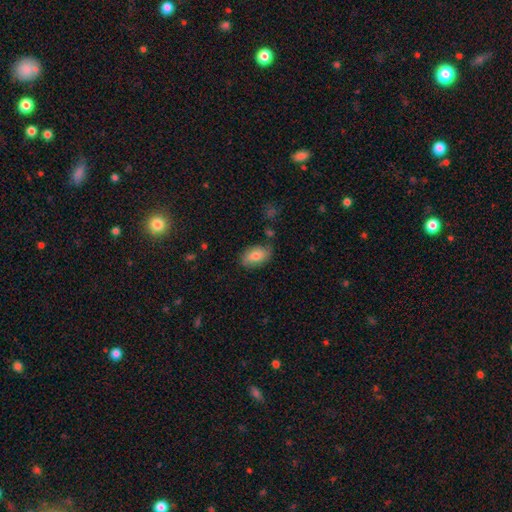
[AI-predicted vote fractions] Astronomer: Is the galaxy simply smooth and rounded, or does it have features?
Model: smooth — 79%.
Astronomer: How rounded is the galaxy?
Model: in between — 92%.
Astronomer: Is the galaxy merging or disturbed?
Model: none — 75%.